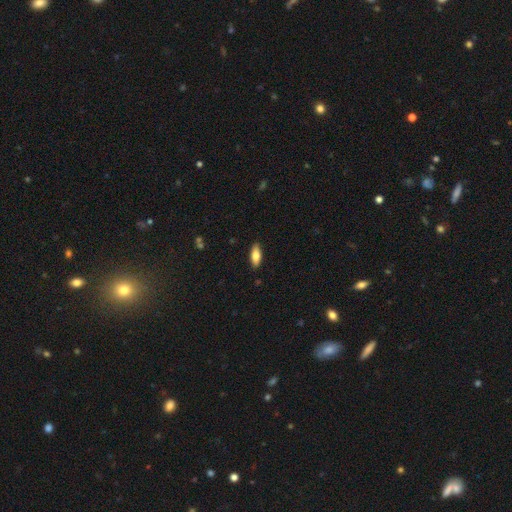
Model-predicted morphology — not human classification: smooth-or-featured: smooth: 78% | featured or disk: 16% | star or artifact: 6%
  how-rounded: in between: 79% | cigar-shaped: 18% | round: 2%
  merging: none: 88% | minor disturbance: 9% | major disturbance: 2% | merger: 1%